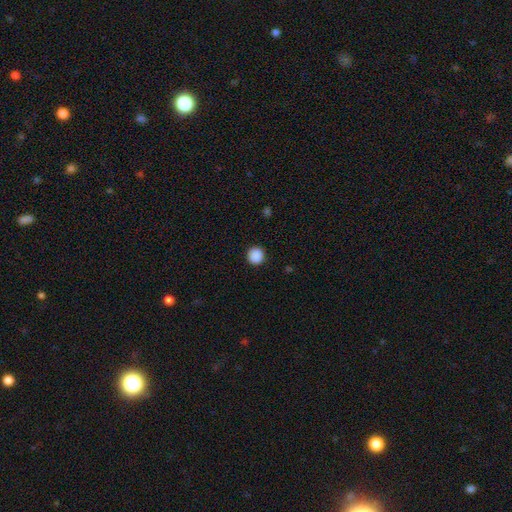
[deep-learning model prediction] A smooth galaxy with no disk features (89%) that is round (95%). Merging: none (92%).